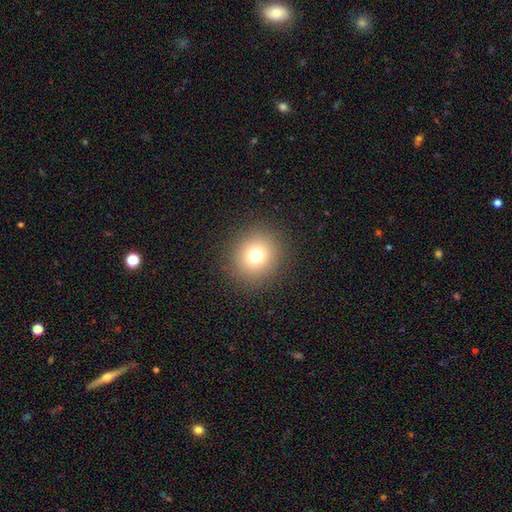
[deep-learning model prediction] The model was most divided on "smooth or featured": smooth: 74%, star or artifact: 16%, featured or disk: 10%. More confident: merging — none (90%); how rounded — round (89%).